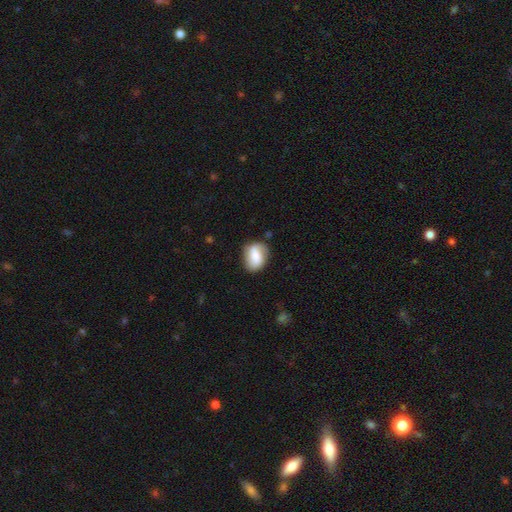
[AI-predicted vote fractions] Q: Smooth or featured?
A: smooth (59%); runner-up: featured or disk (33%)
Q: How rounded?
A: in between (67%); runner-up: round (31%)
Q: Merging?
A: none (64%); runner-up: minor disturbance (25%)